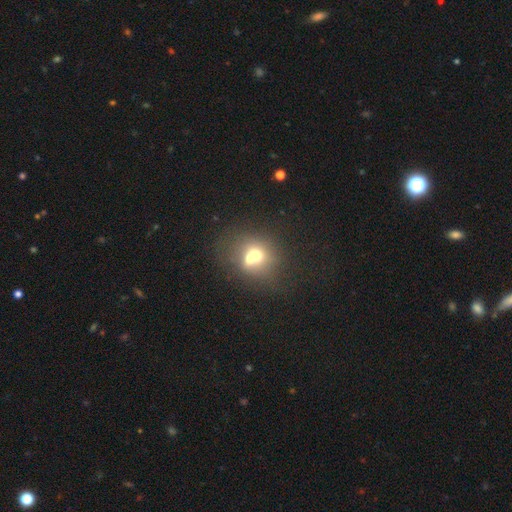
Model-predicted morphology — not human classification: This appears to be a smooth galaxy with no disk features (61%) that is round (74%). Merging: merger (58%).